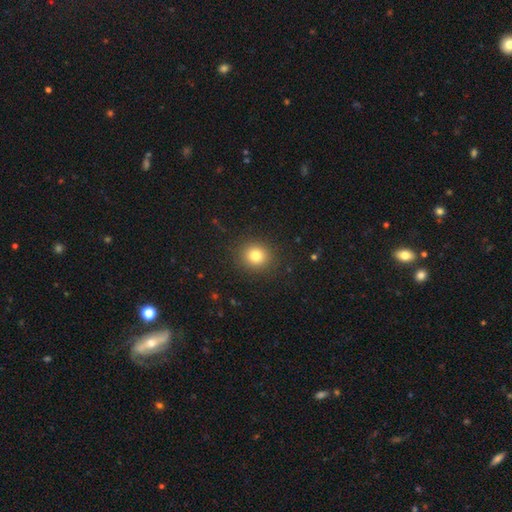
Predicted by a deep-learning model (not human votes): Overall: smooth (80%). How rounded: round (86%). Merging: none (90%).